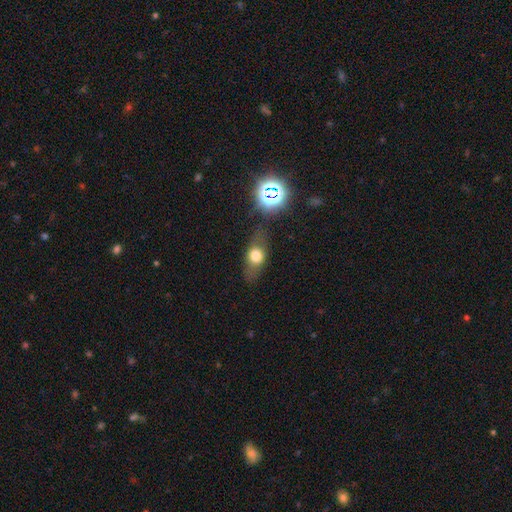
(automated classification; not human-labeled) smooth-or-featured: smooth: 60% | featured or disk: 26% | star or artifact: 14%
  how-rounded: in between: 61% | round: 26% | cigar-shaped: 12%
  merging: none: 73% | minor disturbance: 15% | major disturbance: 7% | merger: 5%